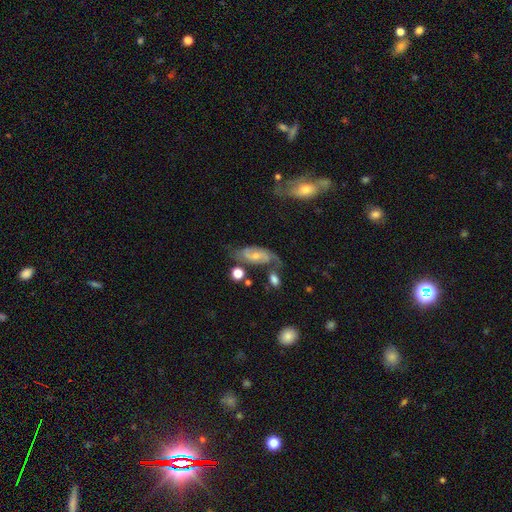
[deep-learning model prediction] featured or disk 71%, smooth 21%, star or artifact 7%. Down the decision tree: edge-on disk — no (93%); bar — no (57%); spiral arms — yes (90%); spiral arm count — 2 (80%); spiral winding — medium (44%); bulge size — small (56%); merging — none (49%).